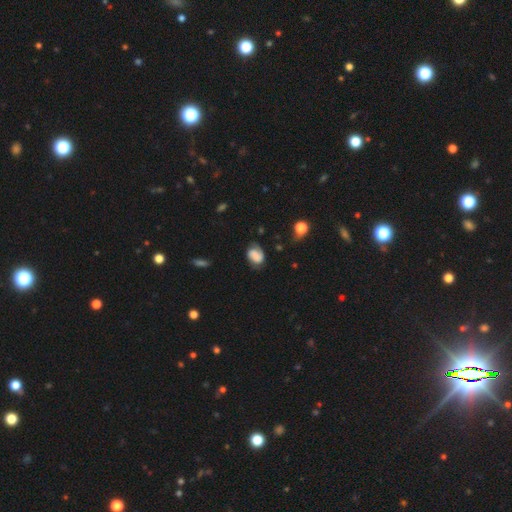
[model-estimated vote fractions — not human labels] Smooth or featured? Predicted: smooth (p=0.48). Merging? Predicted: none (p=0.59).